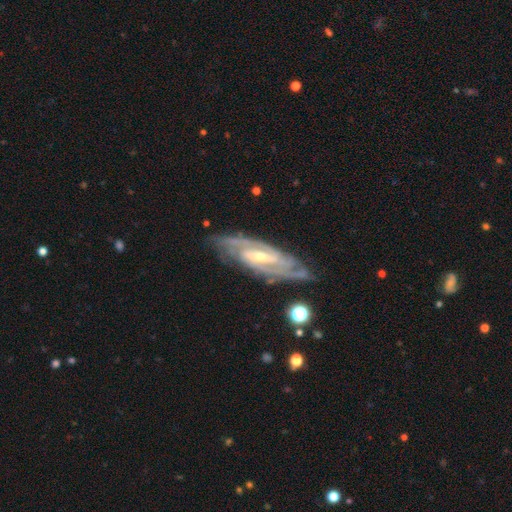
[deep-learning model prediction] smooth_or_featured: featured or disk (p=0.88) [alt: smooth p=0.06]
disk_edge_on: no (p=0.87) [alt: yes p=0.13]
bar: weak (p=0.42) [alt: strong p=0.38]
has_spiral_arms: yes (p=0.97) [alt: no p=0.03]
spiral_winding: tight (p=0.55) [alt: medium p=0.37]
spiral_arm_count: 2 (p=0.44) [alt: can't tell p=0.21]
bulge_size: small (p=0.57) [alt: moderate p=0.38]
merging: none (p=0.78) [alt: minor disturbance p=0.16]